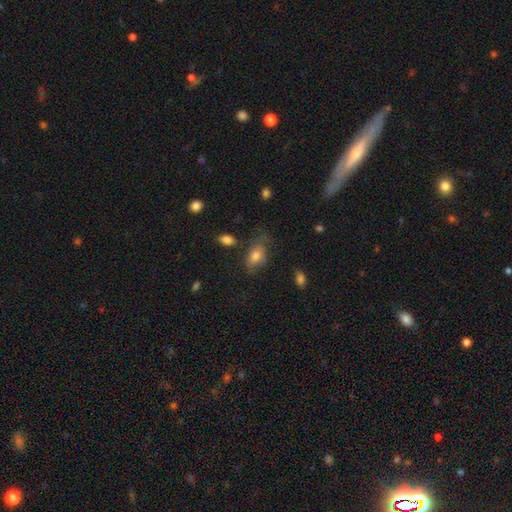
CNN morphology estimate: Smooth or featured? smooth (68%)
How rounded? in between (87%)
Merging? none (47%)